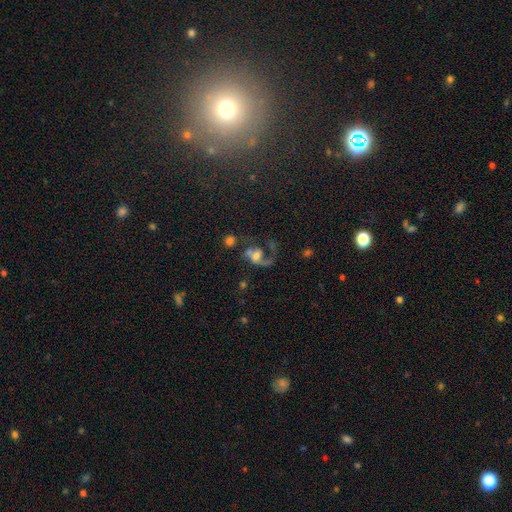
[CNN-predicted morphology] Smooth or featured: featured or disk — 62% (smooth — 25%)
Edge-on disk: no — 97% (yes — 3%)
Bar: no — 61% (weak — 30%)
Spiral arms: yes — 77% (no — 23%)
Bulge size: moderate — 46% (large — 21%)
Merging: major disturbance — 43% (none — 24%)